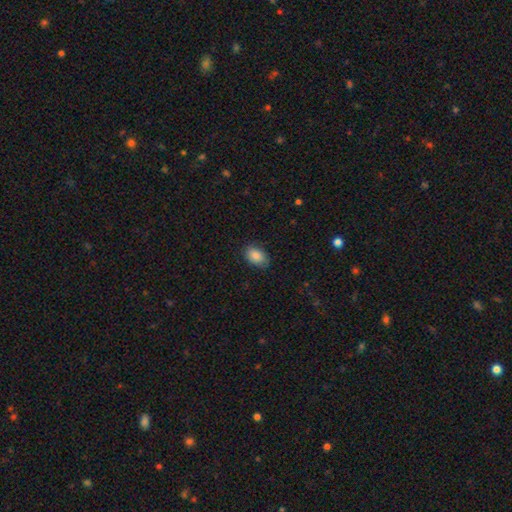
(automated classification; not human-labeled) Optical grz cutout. It shows a smooth galaxy with no disk features (87%) that is in between round and cigar-shaped (87%). Merging: none (81%).